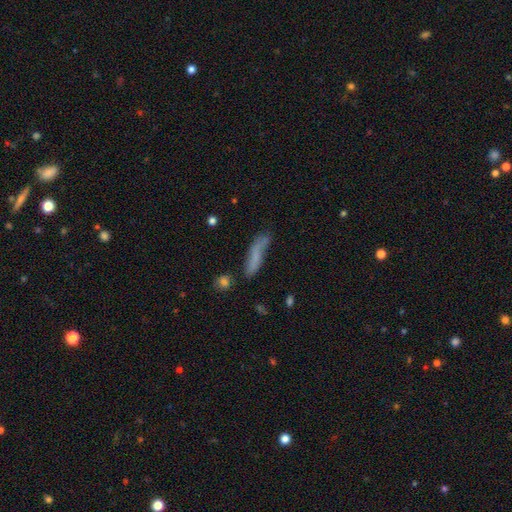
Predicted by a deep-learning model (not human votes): Smooth or featured? smooth (65%)
How rounded? cigar-shaped (76%)
Merging? none (55%)